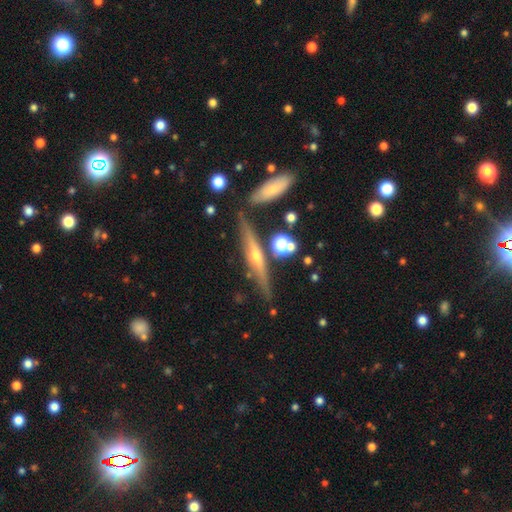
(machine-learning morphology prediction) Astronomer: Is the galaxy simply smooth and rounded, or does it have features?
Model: featured or disk — 77%.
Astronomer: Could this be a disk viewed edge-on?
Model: yes — 96%.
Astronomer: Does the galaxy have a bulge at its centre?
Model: rounded — 86%.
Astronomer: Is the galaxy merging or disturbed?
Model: none — 81%.